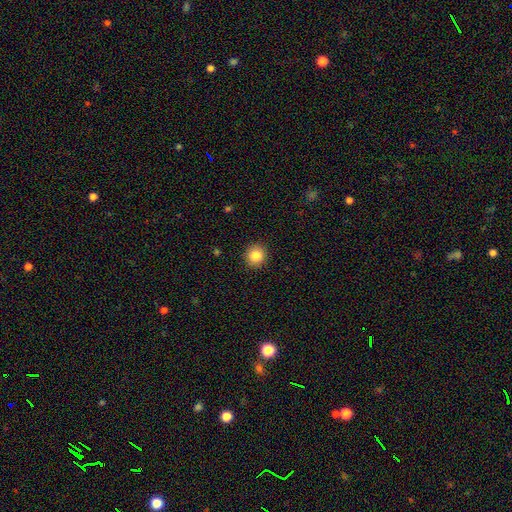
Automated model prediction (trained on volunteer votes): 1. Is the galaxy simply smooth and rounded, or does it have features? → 84% smooth, 10% star or artifact, 6% featured or disk.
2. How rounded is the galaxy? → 90% round, 9% in between, 1% cigar-shaped.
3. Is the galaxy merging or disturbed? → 92% none, 5% minor disturbance, 2% major disturbance, 1% merger.